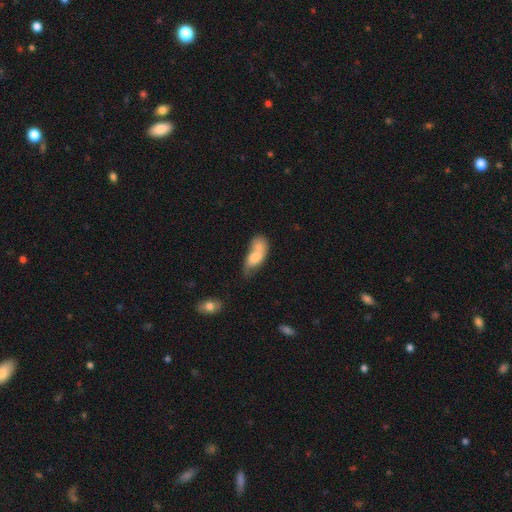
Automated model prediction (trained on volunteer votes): smooth-or-featured: smooth: 66% | featured or disk: 26% | star or artifact: 7%
  how-rounded: in between: 81% | cigar-shaped: 12% | round: 7%
  merging: merger: 55% | none: 21% | minor disturbance: 14% | major disturbance: 11%